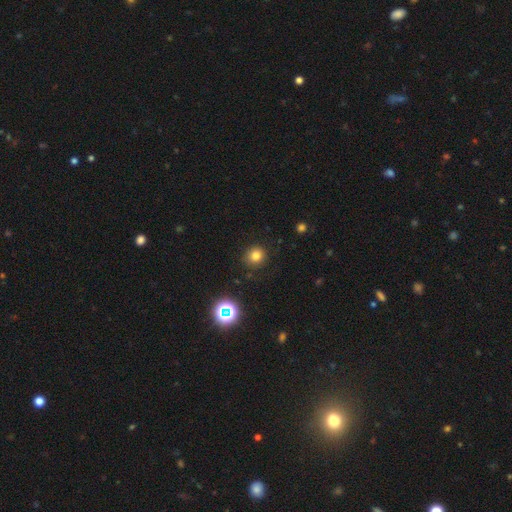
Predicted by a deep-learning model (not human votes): smooth-or-featured: smooth: 78% | star or artifact: 17% | featured or disk: 6%
  how-rounded: round: 90% | in between: 9% | cigar-shaped: 1%
  merging: none: 88% | minor disturbance: 7% | major disturbance: 3% | merger: 1%